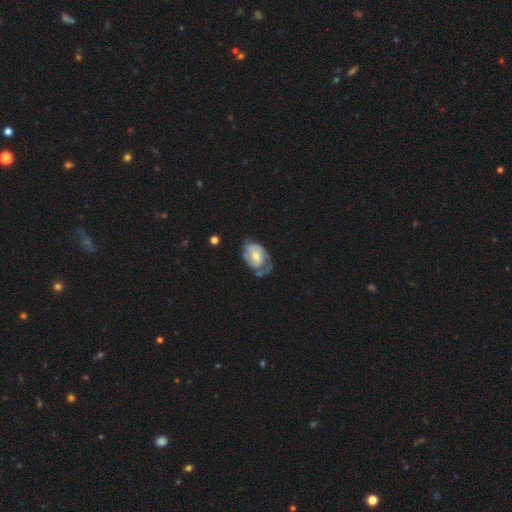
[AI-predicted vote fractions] The model was most divided on "merging": none: 37%, minor disturbance: 31%, major disturbance: 26%, merger: 6%. More confident: edge-on disk — no (96%); spiral arms — yes (77%); smooth or featured — featured or disk (67%); bar — no (64%); bulge size — moderate (55%).